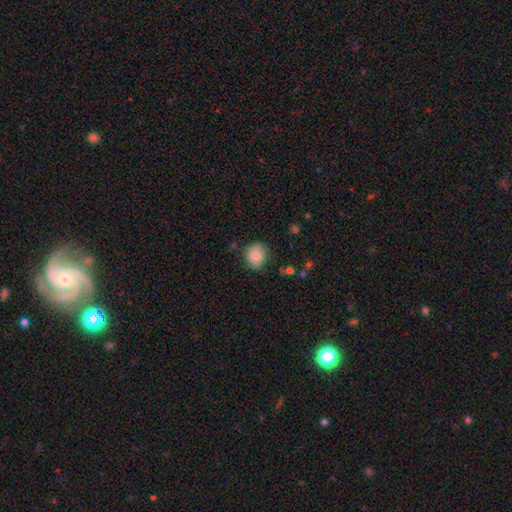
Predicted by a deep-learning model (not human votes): Smooth or featured?
  - smooth: 80% *
  - featured or disk: 12%
  - star or artifact: 8%
How rounded?
  - round: 71% *
  - in between: 28%
  - cigar-shaped: 1%
Merging?
  - none: 74% *
  - minor disturbance: 20%
  - major disturbance: 4%
  - merger: 2%